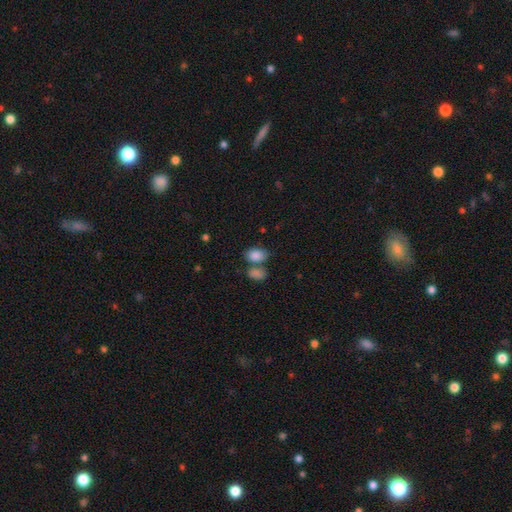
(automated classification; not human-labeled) Smooth or featured? smooth (85%)
How rounded? in between (80%)
Merging? none (45%)